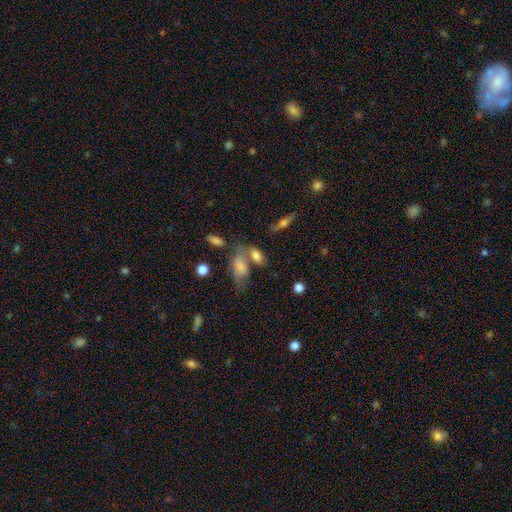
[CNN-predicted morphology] Smooth or featured: smooth — 71% (featured or disk — 18%)
How rounded: in between — 85% (round — 8%)
Merging: none — 42% (merger — 31%)